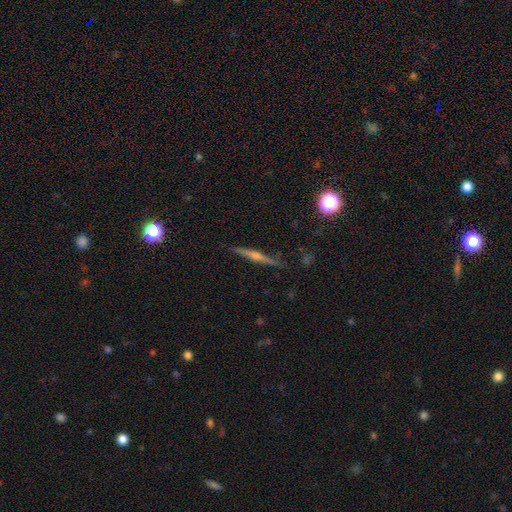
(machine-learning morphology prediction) The model was most divided on "smooth or featured": featured or disk: 72%, smooth: 20%, star or artifact: 9%. More confident: edge-on disk — yes (98%); merging — none (87%); edge-on bulge — rounded (81%).